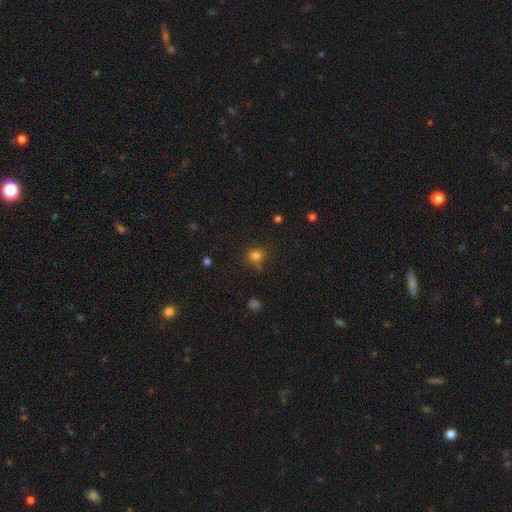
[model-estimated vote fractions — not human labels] Smooth or featured?
  - smooth: 77% *
  - star or artifact: 17%
  - featured or disk: 6%
How rounded?
  - round: 81% *
  - in between: 18%
  - cigar-shaped: 1%
Merging?
  - none: 73% *
  - minor disturbance: 16%
  - merger: 6%
  - major disturbance: 5%